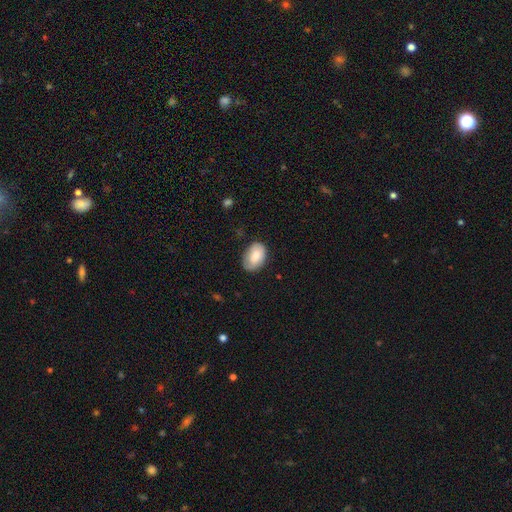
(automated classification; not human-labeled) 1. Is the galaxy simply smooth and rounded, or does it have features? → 78% smooth, 16% featured or disk, 6% star or artifact.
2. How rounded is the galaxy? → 87% in between, 12% round, 1% cigar-shaped.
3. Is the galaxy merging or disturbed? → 71% none, 23% minor disturbance, 5% major disturbance, 1% merger.